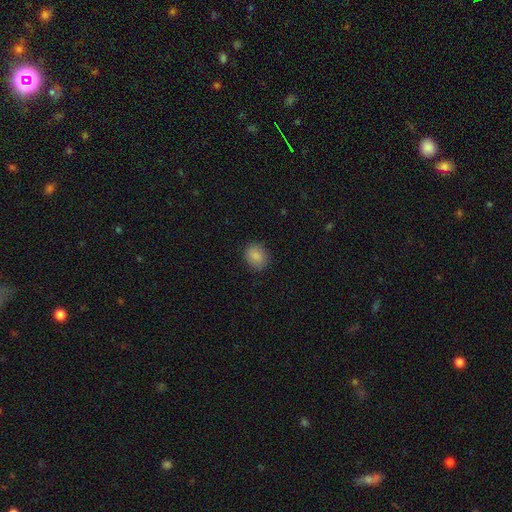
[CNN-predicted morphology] This appears to be a smooth galaxy with no disk features (86%) that is round (64%). Merging: none (85%).